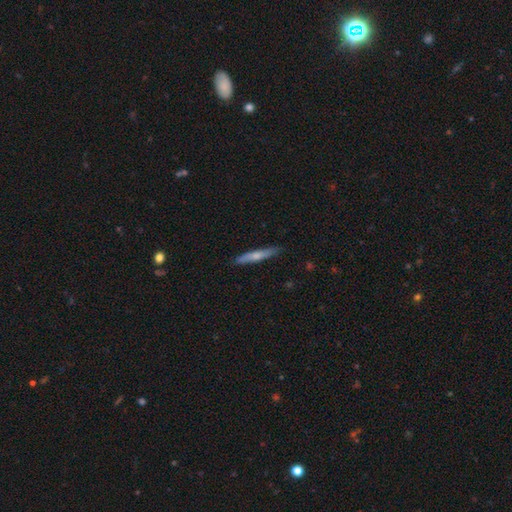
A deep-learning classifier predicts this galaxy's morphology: smooth_or_featured: smooth (p=0.57) [alt: featured or disk p=0.37]
how_rounded: cigar-shaped (p=0.93) [alt: in between p=0.05]
merging: none (p=0.88) [alt: minor disturbance p=0.10]